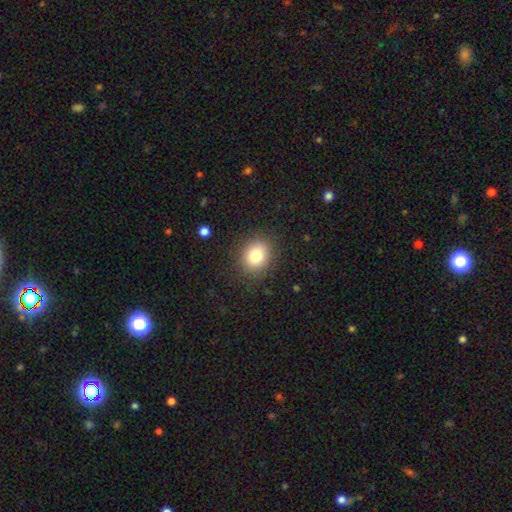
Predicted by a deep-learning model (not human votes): smooth 79%, star or artifact 11%, featured or disk 9%. Down the decision tree: how rounded — round (63%); merging — none (86%).